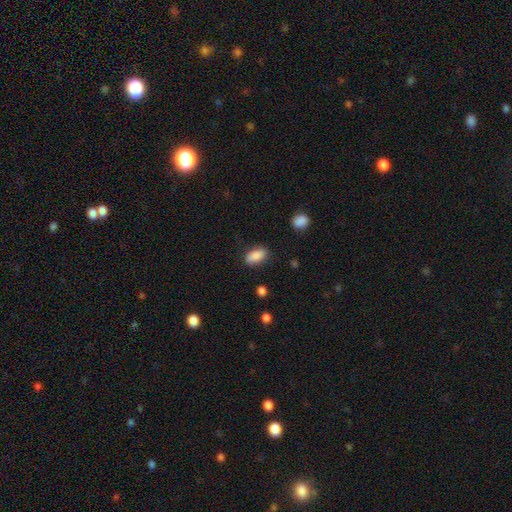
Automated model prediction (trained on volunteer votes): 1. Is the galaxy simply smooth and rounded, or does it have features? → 88% smooth, 7% star or artifact, 5% featured or disk.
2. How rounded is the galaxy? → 91% in between, 5% round, 4% cigar-shaped.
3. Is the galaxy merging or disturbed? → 83% none, 12% minor disturbance, 3% major disturbance, 2% merger.